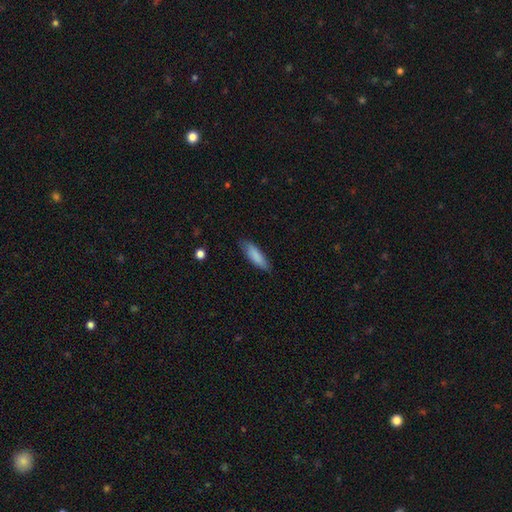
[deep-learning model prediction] smooth 85%, featured or disk 9%, star or artifact 6%. Down the decision tree: how rounded — cigar-shaped (51%); merging — none (79%).